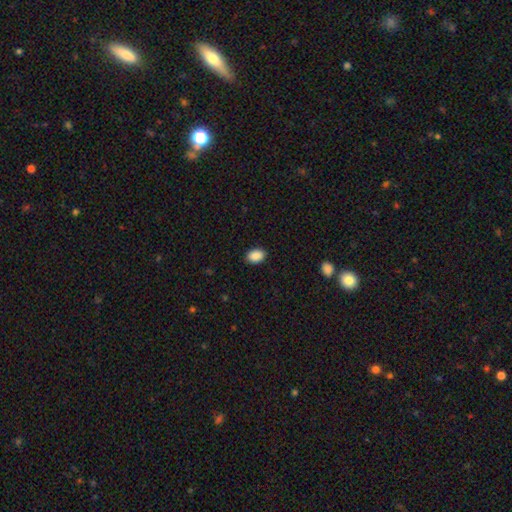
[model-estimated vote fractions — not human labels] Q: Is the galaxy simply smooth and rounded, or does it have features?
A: smooth — 90%.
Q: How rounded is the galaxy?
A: in between — 79%.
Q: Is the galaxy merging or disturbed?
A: none — 89%.